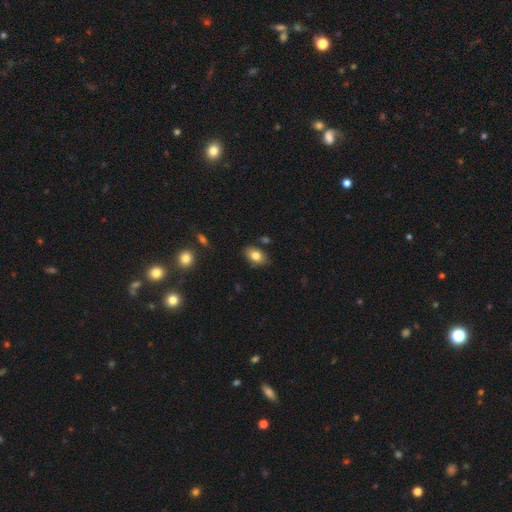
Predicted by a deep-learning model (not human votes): This appears to be a smooth galaxy with no disk features (80%) that is in between round and cigar-shaped (86%). Merging: none (80%).